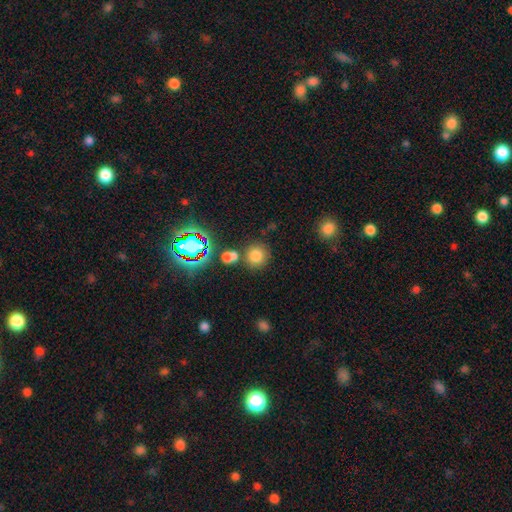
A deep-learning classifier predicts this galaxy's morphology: type=smooth (75%); roundness=round (90%); merging=none (70%).